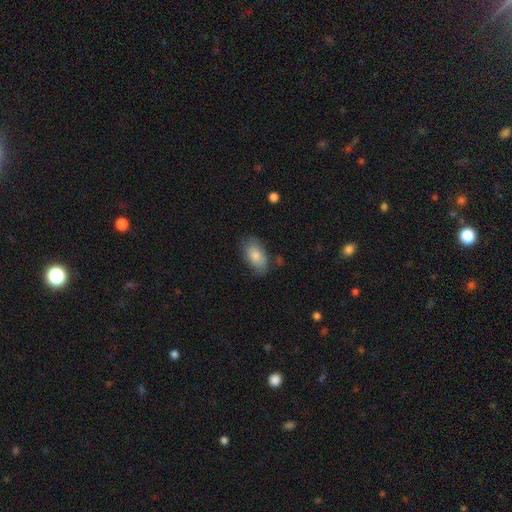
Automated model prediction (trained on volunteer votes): smooth 82%, featured or disk 12%, star or artifact 6%. Down the decision tree: how rounded — in between (93%); merging — none (72%).